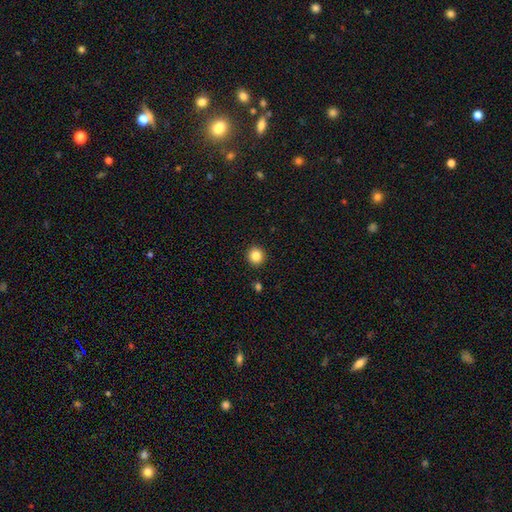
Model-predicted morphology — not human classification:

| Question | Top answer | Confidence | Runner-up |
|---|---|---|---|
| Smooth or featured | smooth | 85% | star or artifact (11%) |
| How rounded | round | 92% | in between (7%) |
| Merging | none | 92% | minor disturbance (5%) |